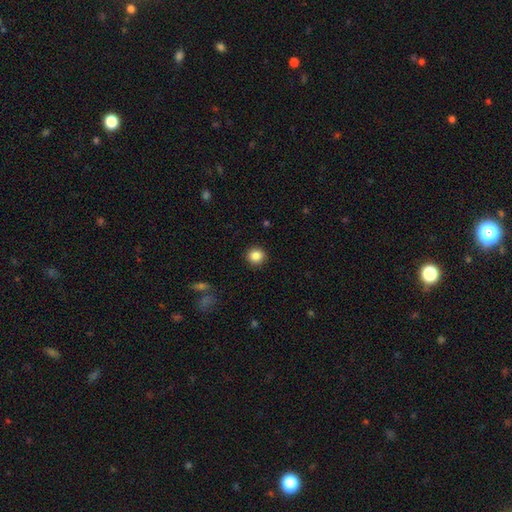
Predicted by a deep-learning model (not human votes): Smooth or featured? Predicted: smooth (p=0.86). How rounded? Predicted: round (p=0.92). Merging? Predicted: none (p=0.92).